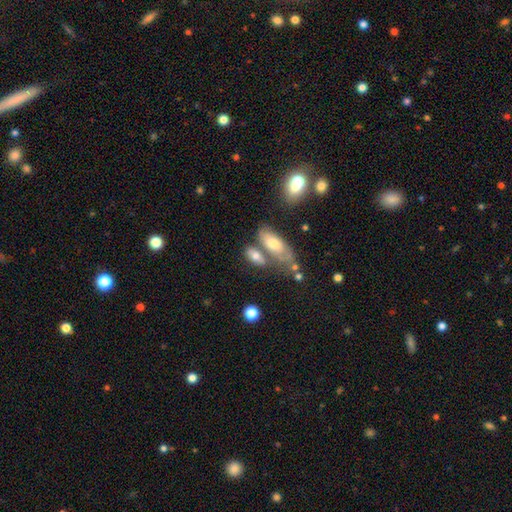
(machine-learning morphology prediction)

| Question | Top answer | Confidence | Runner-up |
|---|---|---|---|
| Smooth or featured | smooth | 69% | featured or disk (23%) |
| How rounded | in between | 79% | cigar-shaped (15%) |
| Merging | none | 45% | merger (32%) |